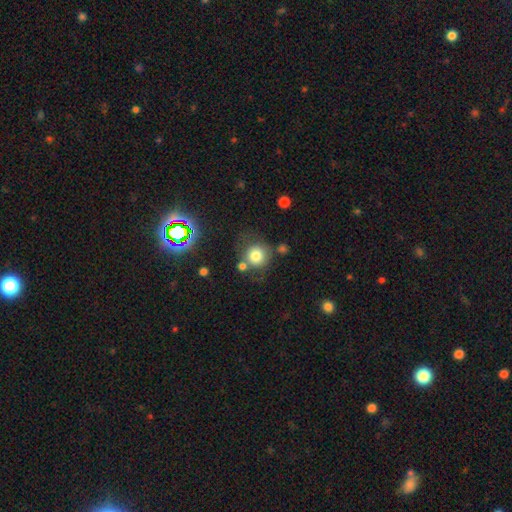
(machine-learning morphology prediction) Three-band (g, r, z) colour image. It shows a smooth galaxy with no disk features (79%) that is round (89%). Merging: none (64%).